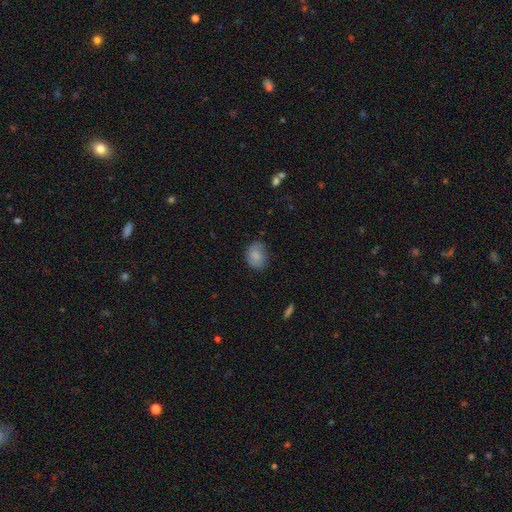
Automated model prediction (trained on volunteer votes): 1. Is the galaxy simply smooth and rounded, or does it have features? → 82% smooth, 10% featured or disk, 8% star or artifact.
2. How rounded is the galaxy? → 59% in between, 40% round, 1% cigar-shaped.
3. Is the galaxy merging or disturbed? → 72% none, 22% minor disturbance, 5% major disturbance, 1% merger.